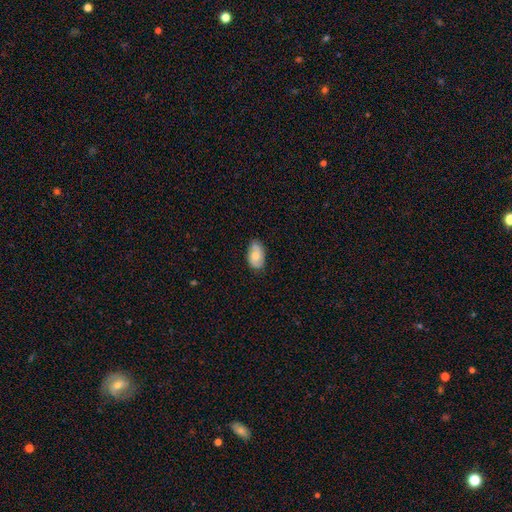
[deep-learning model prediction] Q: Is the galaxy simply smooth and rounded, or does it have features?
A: smooth — 58%.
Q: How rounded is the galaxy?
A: in between — 91%.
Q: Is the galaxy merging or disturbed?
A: none — 74%.